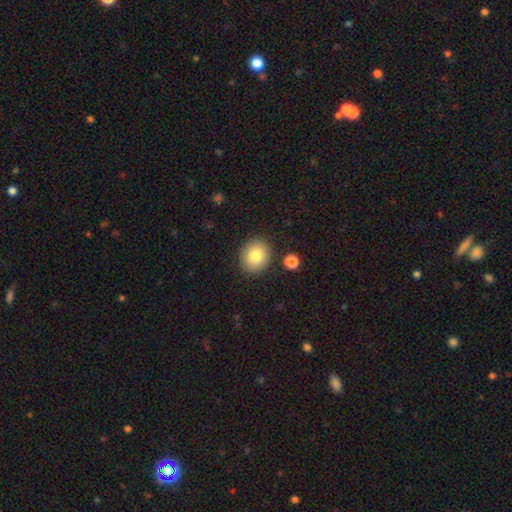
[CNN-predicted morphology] Smooth or featured: smooth — 81% (featured or disk — 10%)
How rounded: round — 70% (in between — 29%)
Merging: none — 87% (minor disturbance — 8%)